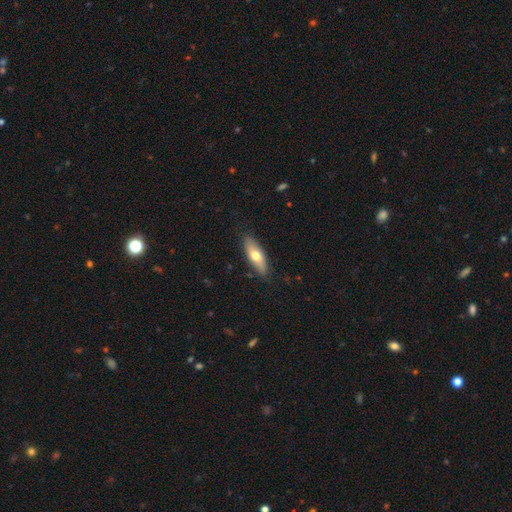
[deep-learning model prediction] smooth-or-featured: smooth: 65% | featured or disk: 30% | star or artifact: 5%
  how-rounded: in between: 64% | cigar-shaped: 34% | round: 3%
  merging: none: 84% | minor disturbance: 13% | major disturbance: 2% | merger: 1%